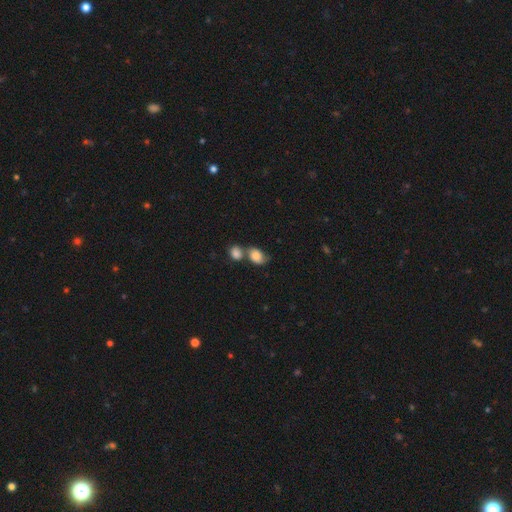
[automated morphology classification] Q: Smooth or featured?
A: smooth (77%); runner-up: featured or disk (14%)
Q: How rounded?
A: in between (64%); runner-up: round (34%)
Q: Merging?
A: merger (56%); runner-up: none (26%)